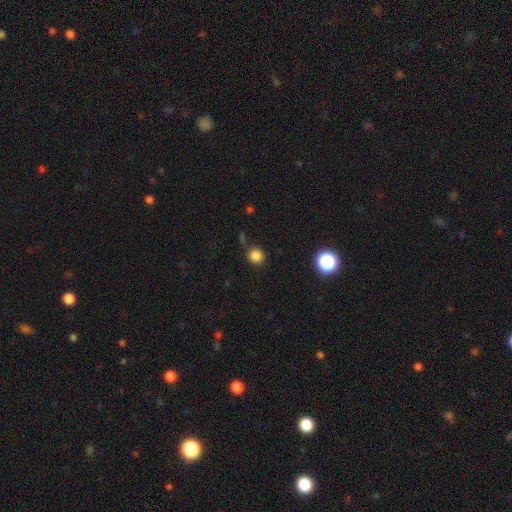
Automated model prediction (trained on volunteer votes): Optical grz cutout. It shows a smooth galaxy with no disk features (83%) that is round (93%). Merging: none (82%).